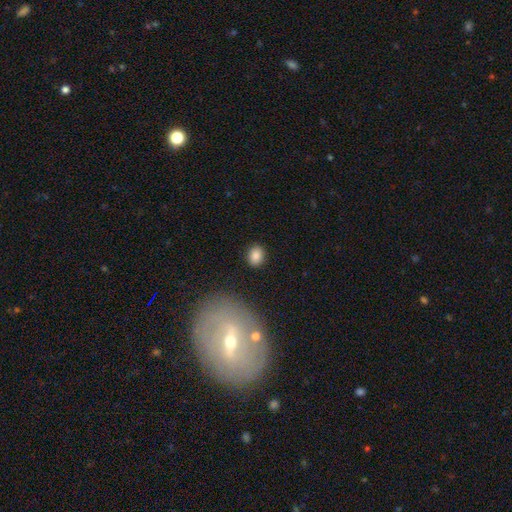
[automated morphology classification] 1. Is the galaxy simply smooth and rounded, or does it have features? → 86% smooth, 9% star or artifact, 5% featured or disk.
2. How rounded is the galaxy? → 54% in between, 44% round, 1% cigar-shaped.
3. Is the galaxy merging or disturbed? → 88% none, 8% minor disturbance, 2% major disturbance, 1% merger.